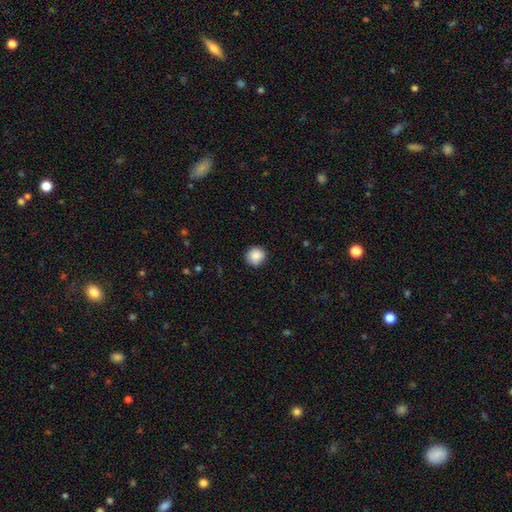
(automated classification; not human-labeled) Smooth or featured: smooth — 88% (star or artifact — 9%)
How rounded: round — 92% (in between — 7%)
Merging: none — 87% (minor disturbance — 10%)